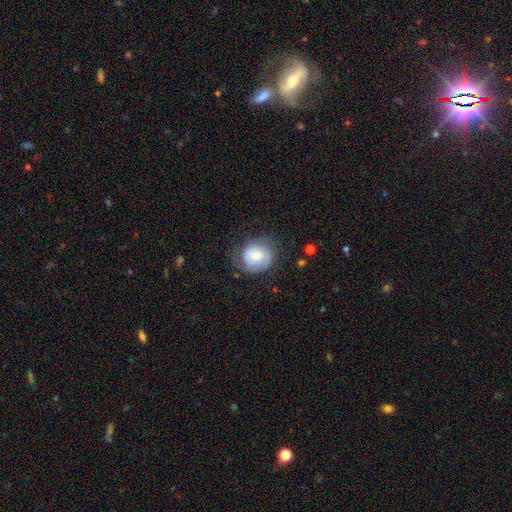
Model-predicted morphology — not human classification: smooth_or_featured: smooth (p=0.54) [alt: featured or disk p=0.38]
how_rounded: round (p=0.74) [alt: in between p=0.25]
merging: none (p=0.59) [alt: minor disturbance p=0.26]